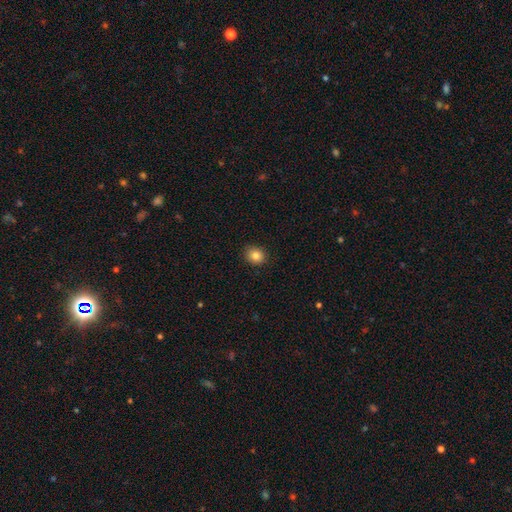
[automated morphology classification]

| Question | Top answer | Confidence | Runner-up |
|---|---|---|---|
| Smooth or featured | smooth | 84% | star or artifact (10%) |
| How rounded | round | 71% | in between (28%) |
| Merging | none | 90% | minor disturbance (8%) |